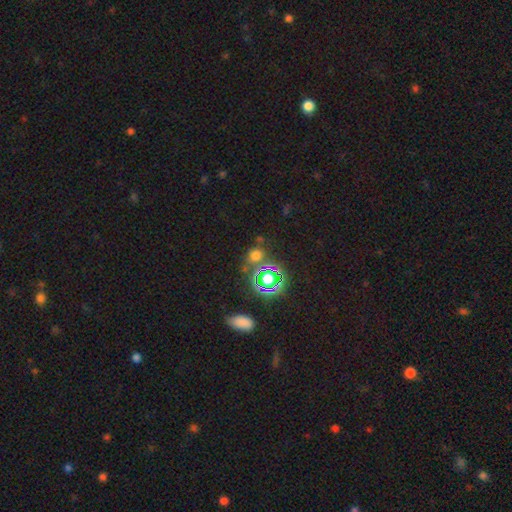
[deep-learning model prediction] Q: Smooth or featured?
A: smooth (51%); runner-up: star or artifact (41%)
Q: How rounded?
A: round (76%); runner-up: in between (22%)
Q: Merging?
A: none (72%); runner-up: merger (12%)